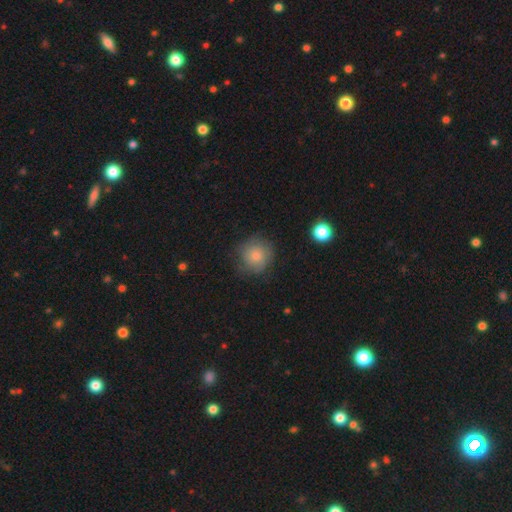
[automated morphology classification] The model was most divided on "merging": none: 70%, minor disturbance: 21%, major disturbance: 7%, merger: 1%. More confident: how rounded — round (91%); smooth or featured — smooth (73%).